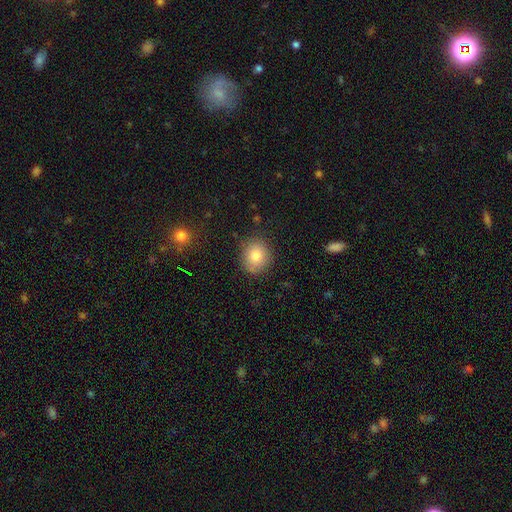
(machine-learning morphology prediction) A smooth galaxy with no disk features (81%) that is round (76%).

Vote fractions:
- Smooth or featured? smooth: 81% / featured or disk: 10% / star or artifact: 9%
- How rounded? round: 76% / in between: 23% / cigar-shaped: 1%
- Merging? none: 83% / minor disturbance: 13% / major disturbance: 3% / merger: 1%